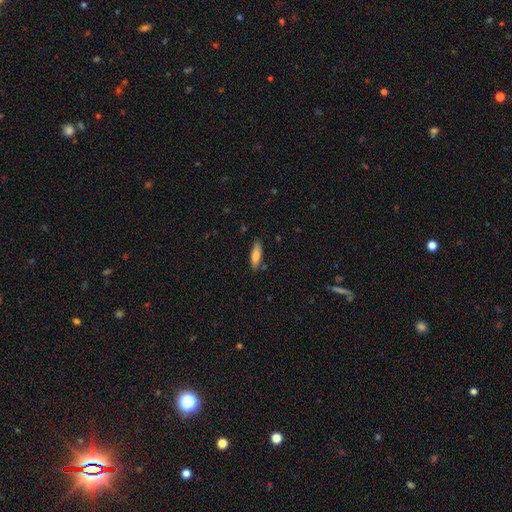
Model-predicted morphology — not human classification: Smooth or featured? smooth (74%)
How rounded? cigar-shaped (55%)
Merging? none (83%)